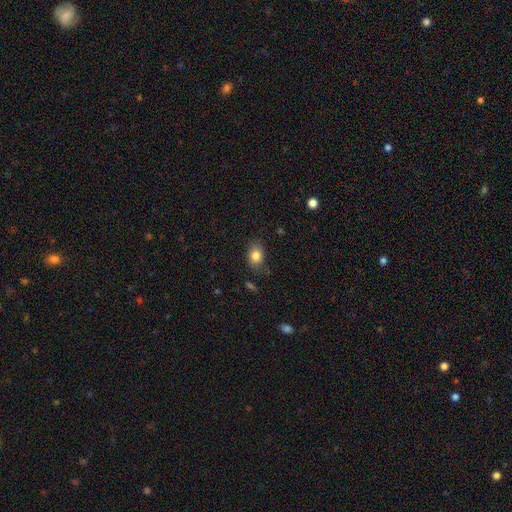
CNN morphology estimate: Overall: smooth (82%). How rounded: in between (70%). Merging: none (76%).